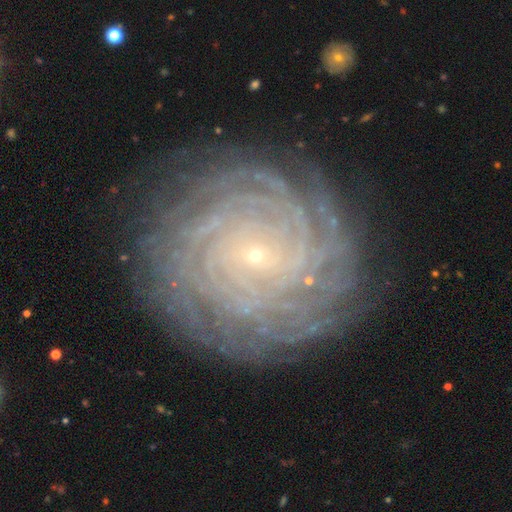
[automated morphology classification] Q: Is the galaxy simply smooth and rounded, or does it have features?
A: featured or disk — 86%.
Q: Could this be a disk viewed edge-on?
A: no — 97%.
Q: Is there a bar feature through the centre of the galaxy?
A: no — 75%.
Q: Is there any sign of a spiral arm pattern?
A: yes — 97%.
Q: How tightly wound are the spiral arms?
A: tight — 89%.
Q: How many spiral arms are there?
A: more than 4 — 36%.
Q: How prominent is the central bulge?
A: small — 90%.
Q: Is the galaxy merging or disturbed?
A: none — 85%.